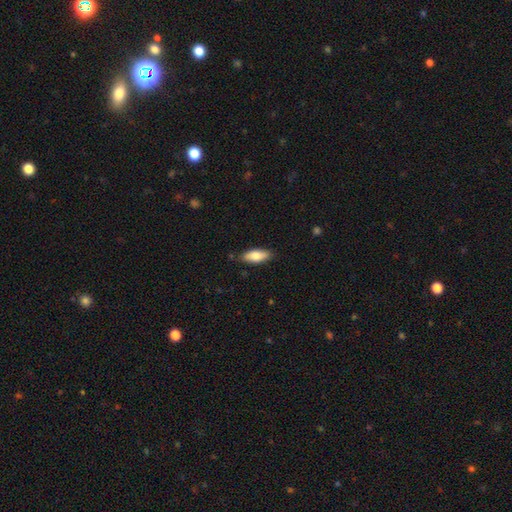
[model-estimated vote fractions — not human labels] smooth_or_featured: smooth (p=0.78) [alt: featured or disk p=0.16]
how_rounded: in between (p=0.76) [alt: cigar-shaped p=0.22]
merging: none (p=0.84) [alt: minor disturbance p=0.12]